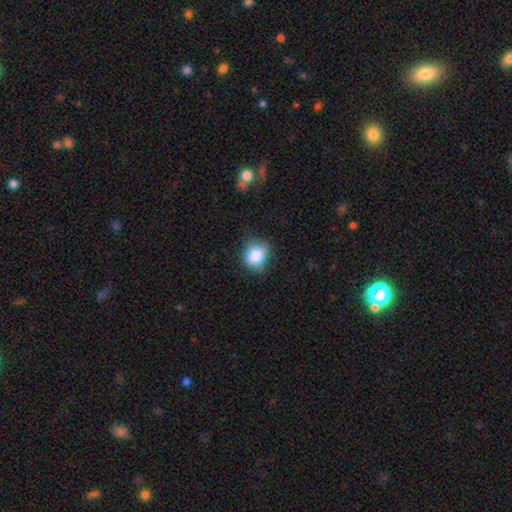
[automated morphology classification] Q: Smooth or featured?
A: smooth (79%); runner-up: featured or disk (11%)
Q: How rounded?
A: round (61%); runner-up: in between (38%)
Q: Merging?
A: none (67%); runner-up: minor disturbance (25%)